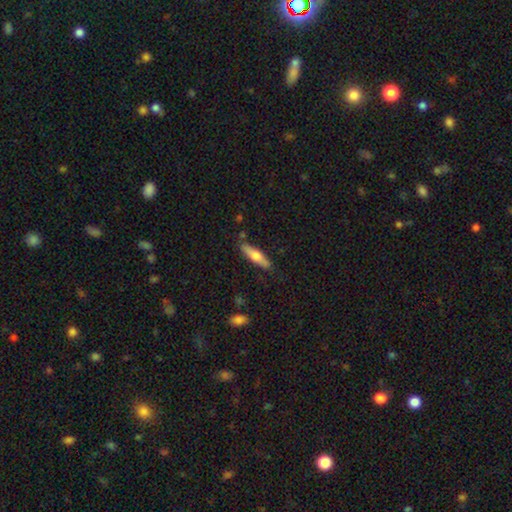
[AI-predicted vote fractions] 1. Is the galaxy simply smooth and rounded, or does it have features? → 56% smooth, 39% featured or disk, 5% star or artifact.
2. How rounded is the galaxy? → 71% cigar-shaped, 27% in between, 2% round.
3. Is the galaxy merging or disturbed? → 82% none, 13% minor disturbance, 3% merger, 3% major disturbance.